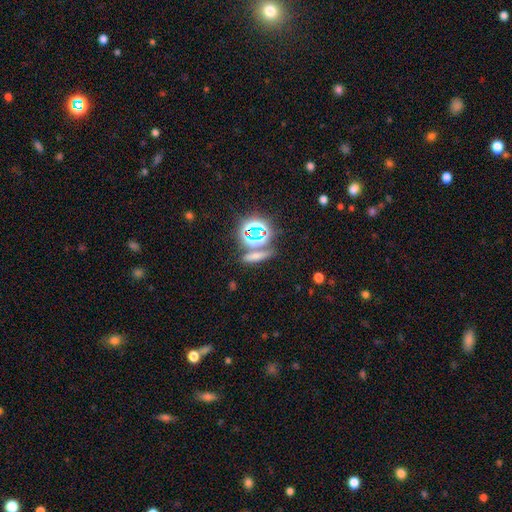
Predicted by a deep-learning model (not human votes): A smooth galaxy with no disk features (52%) that is cigar-shaped (59%).

Vote fractions:
- Smooth or featured? smooth: 52% / star or artifact: 33% / featured or disk: 15%
- How rounded? cigar-shaped: 59% / in between: 24% / round: 17%
- Merging? none: 74% / merger: 13% / minor disturbance: 9% / major disturbance: 4%